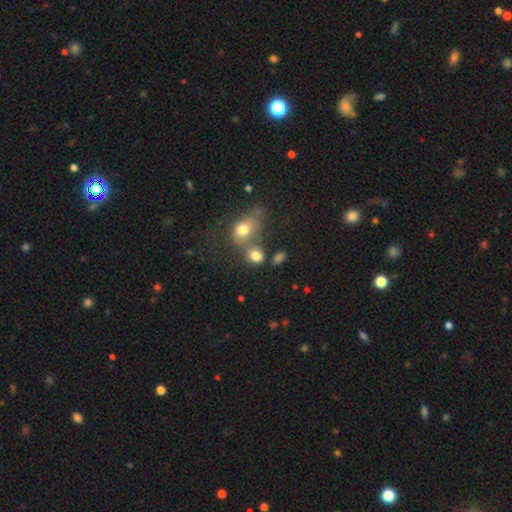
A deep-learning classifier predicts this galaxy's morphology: A smooth galaxy with no disk features (78%) that is round (58%).

Vote fractions:
- Smooth or featured? smooth: 78% / star or artifact: 12% / featured or disk: 10%
- How rounded? round: 58% / in between: 40% / cigar-shaped: 2%
- Merging? merger: 40% (tied) / none: 40% (tied) / minor disturbance: 12% / major disturbance: 8%